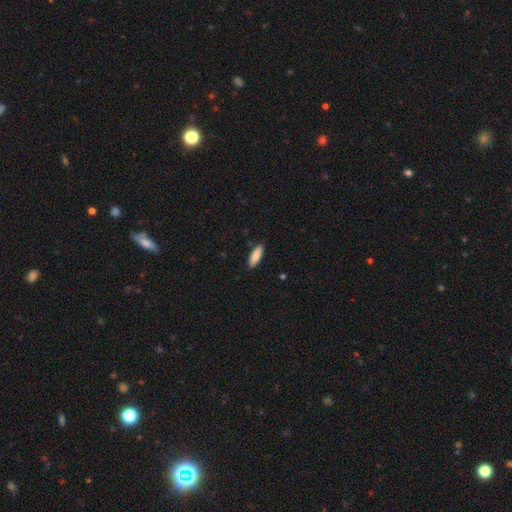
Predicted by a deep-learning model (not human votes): smooth-or-featured: smooth: 87% | featured or disk: 7% | star or artifact: 6%
  how-rounded: in between: 57% | cigar-shaped: 42% | round: 1%
  merging: none: 87% | minor disturbance: 10% | major disturbance: 2% | merger: 1%